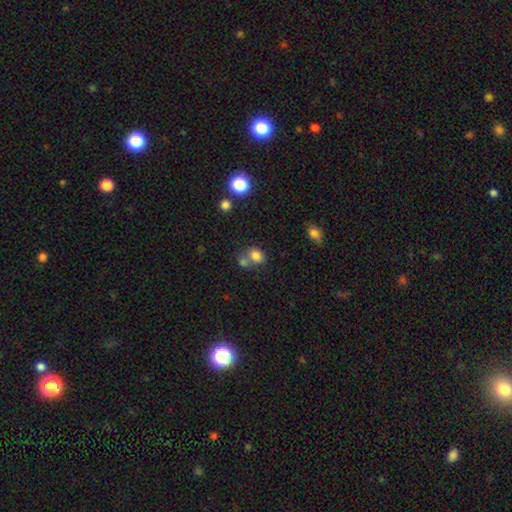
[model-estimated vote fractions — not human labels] A smooth galaxy with no disk features (78%) that is in between round and cigar-shaped (51%).

Vote fractions:
- Smooth or featured? smooth: 78% / star or artifact: 12% / featured or disk: 10%
- How rounded? in between: 51% / round: 48% / cigar-shaped: 1%
- Merging? merger: 42% / none: 40% / minor disturbance: 12% / major disturbance: 5%